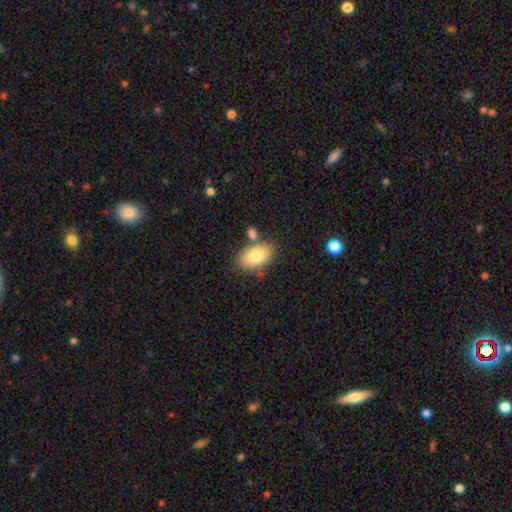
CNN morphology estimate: This appears to be a smooth galaxy with no disk features (81%) that is in between round and cigar-shaped (92%). Merging: none (71%).